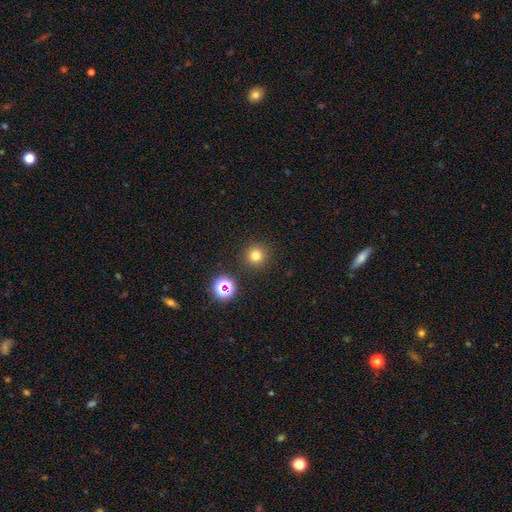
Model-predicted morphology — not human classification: smooth 75%, star or artifact 18%, featured or disk 6%. Down the decision tree: how rounded — round (95%); merging — none (90%).